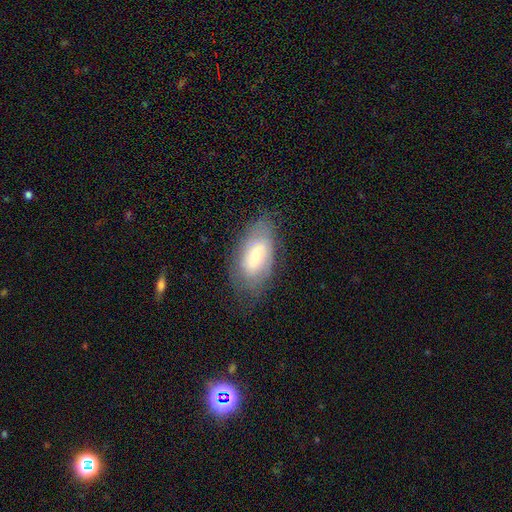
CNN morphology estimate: This is possibly a smooth galaxy (52%). How rounded: clearly in between (92%). Merging: likely none (72%).